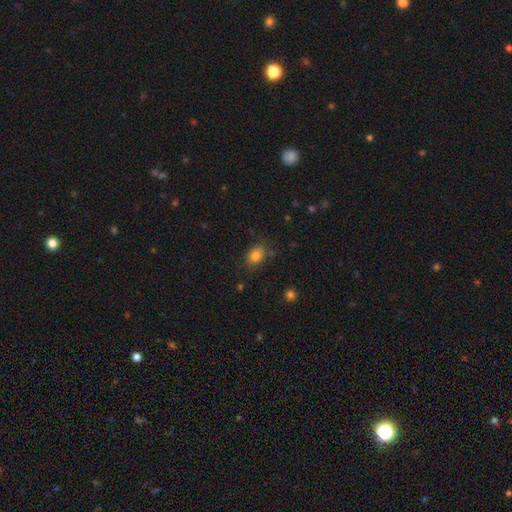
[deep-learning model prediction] Smooth or featured? smooth (81%)
How rounded? in between (71%)
Merging? none (77%)